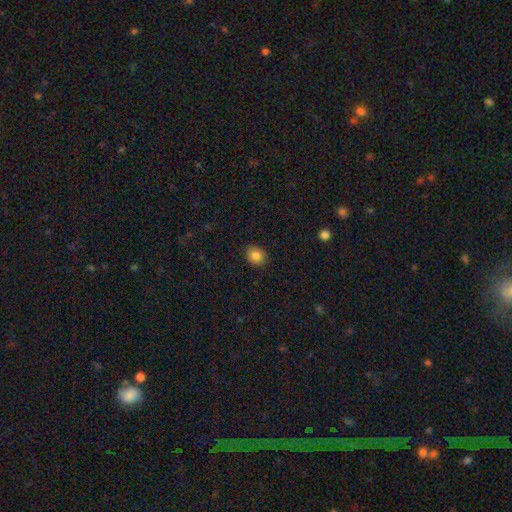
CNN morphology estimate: smooth-or-featured: smooth: 85% | star or artifact: 10% | featured or disk: 6%
  how-rounded: round: 57% | in between: 42% | cigar-shaped: 1%
  merging: none: 88% | minor disturbance: 9% | major disturbance: 2% | merger: 1%